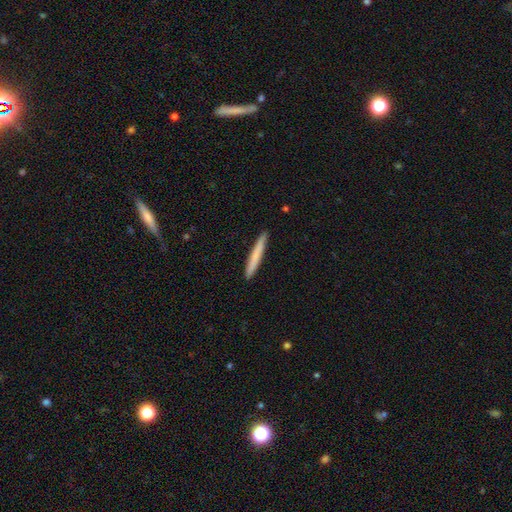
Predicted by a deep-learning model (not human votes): Q: Smooth or featured?
A: smooth (72%); runner-up: featured or disk (22%)
Q: How rounded?
A: cigar-shaped (97%); runner-up: in between (2%)
Q: Merging?
A: none (92%); runner-up: minor disturbance (5%)